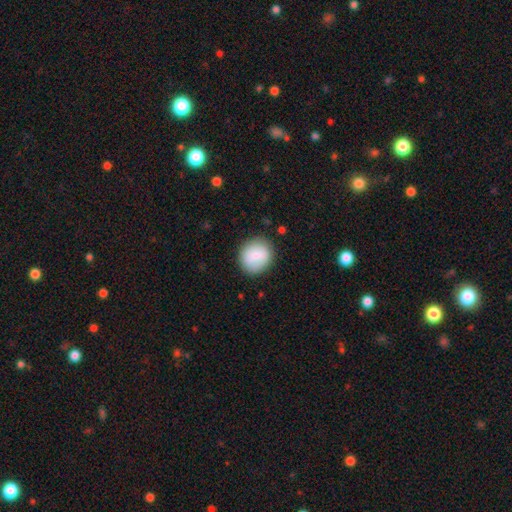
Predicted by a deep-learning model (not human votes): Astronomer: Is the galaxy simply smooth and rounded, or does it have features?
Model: smooth — 80%.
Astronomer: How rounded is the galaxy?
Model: round — 82%.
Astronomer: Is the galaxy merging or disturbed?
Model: none — 83%.